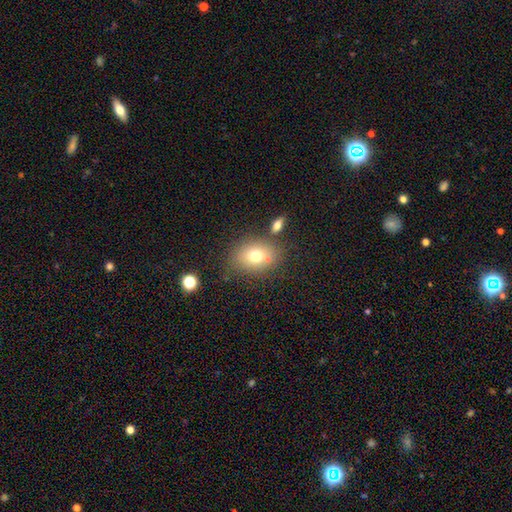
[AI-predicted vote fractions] The model was most divided on "how rounded": in between: 65%, round: 34%, cigar-shaped: 1%. More confident: smooth or featured — smooth (74%); merging — none (70%).